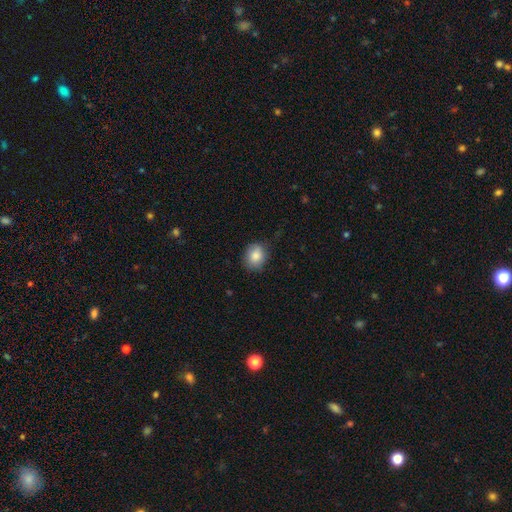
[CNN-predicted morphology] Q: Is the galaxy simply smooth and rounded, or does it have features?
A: smooth — 85%.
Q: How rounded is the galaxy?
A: round — 60%.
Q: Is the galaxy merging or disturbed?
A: none — 76%.